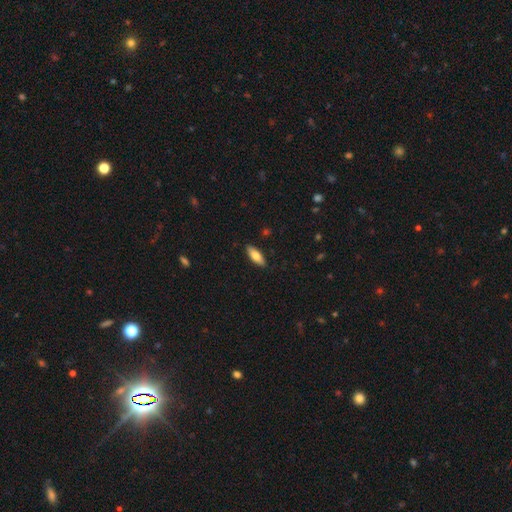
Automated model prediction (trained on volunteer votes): smooth_or_featured: smooth (p=0.75) [alt: featured or disk p=0.19]
how_rounded: in between (p=0.68) [alt: cigar-shaped p=0.30]
merging: none (p=0.88) [alt: minor disturbance p=0.09]